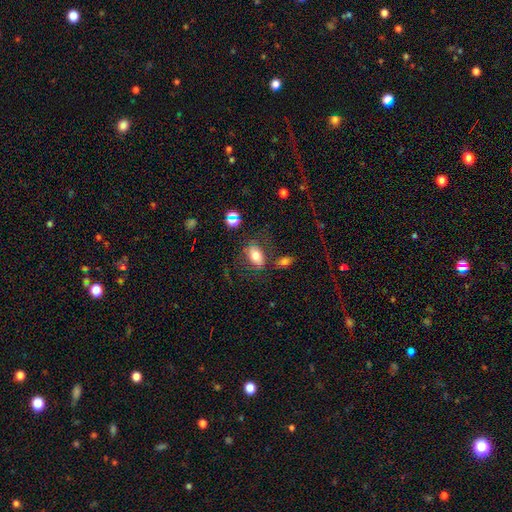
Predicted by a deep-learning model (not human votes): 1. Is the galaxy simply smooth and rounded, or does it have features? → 69% smooth, 20% featured or disk, 11% star or artifact.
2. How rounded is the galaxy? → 88% in between, 10% round, 2% cigar-shaped.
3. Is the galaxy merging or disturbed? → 59% none, 18% minor disturbance, 15% major disturbance, 8% merger.